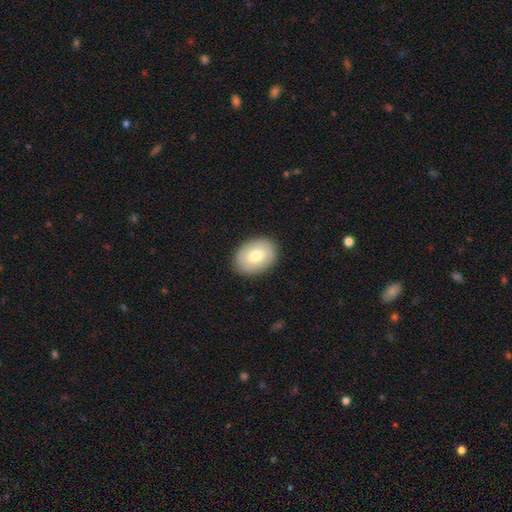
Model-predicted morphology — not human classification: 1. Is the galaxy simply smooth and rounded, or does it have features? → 70% smooth, 23% featured or disk, 7% star or artifact.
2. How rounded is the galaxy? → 74% in between, 25% round, 1% cigar-shaped.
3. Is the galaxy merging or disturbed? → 88% none, 9% minor disturbance, 2% major disturbance, 1% merger.